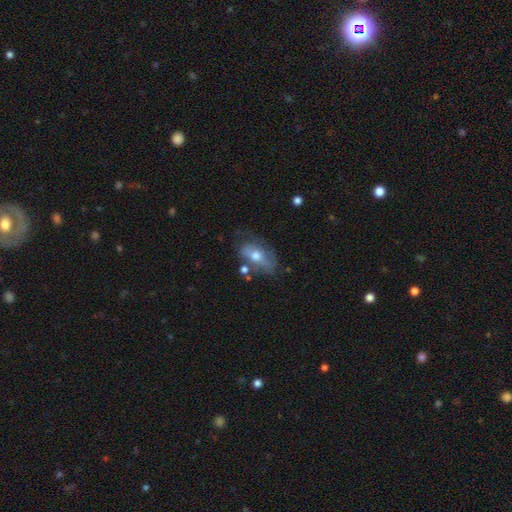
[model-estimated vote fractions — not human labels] Smooth or featured? smooth (49%)
Merging? none (51%)